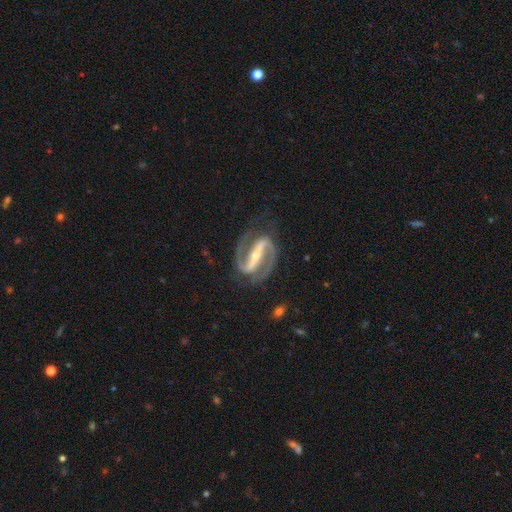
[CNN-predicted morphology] Q: Smooth or featured?
A: featured or disk (94%); runner-up: star or artifact (4%)
Q: Edge-on disk?
A: no (97%); runner-up: yes (3%)
Q: Bar?
A: strong (81%); runner-up: weak (13%)
Q: Spiral arms?
A: yes (98%); runner-up: no (2%)
Q: Spiral winding?
A: medium (59%); runner-up: tight (28%)
Q: Spiral arm count?
A: 2 (94%); runner-up: can't tell (1%)
Q: Bulge size?
A: small (63%); runner-up: moderate (32%)
Q: Merging?
A: none (82%); runner-up: minor disturbance (12%)